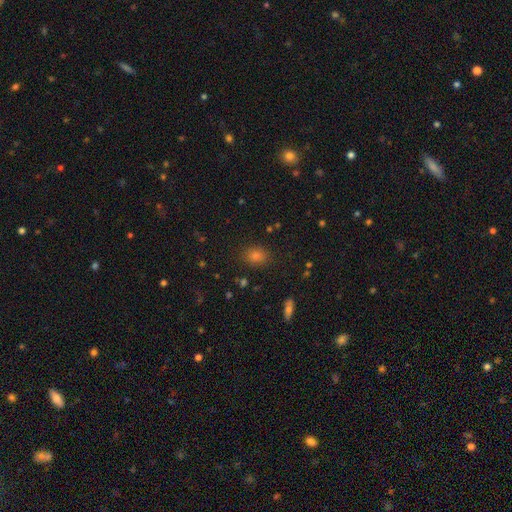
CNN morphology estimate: smooth 74%, star or artifact 20%, featured or disk 7%. Down the decision tree: how rounded — round (60%); merging — none (87%).